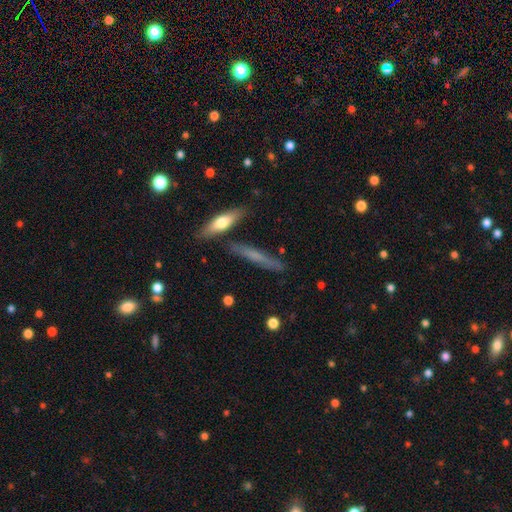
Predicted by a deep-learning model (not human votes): Q: Smooth or featured?
A: smooth (50%); runner-up: featured or disk (41%)
Q: Merging?
A: none (82%); runner-up: minor disturbance (11%)